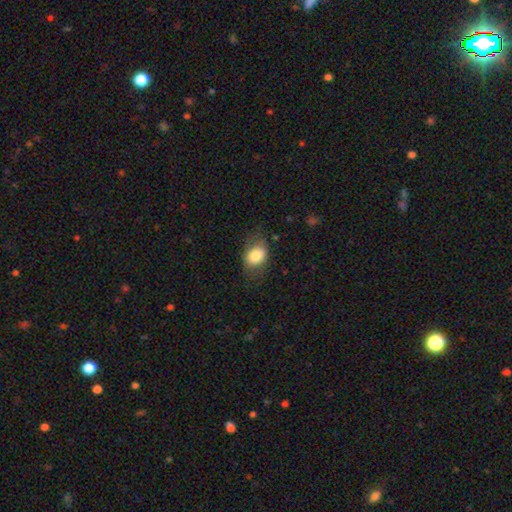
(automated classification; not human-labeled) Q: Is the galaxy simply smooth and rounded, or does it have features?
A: smooth — 80%.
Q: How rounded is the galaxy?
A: in between — 78%.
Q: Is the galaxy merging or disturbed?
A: none — 68%.